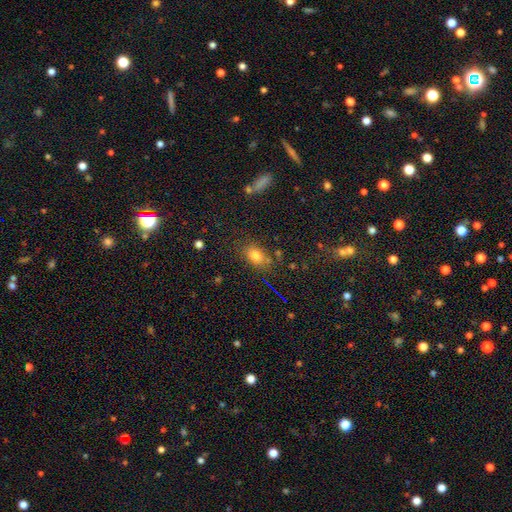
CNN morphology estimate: A smooth galaxy with no disk features (77%) that is in between round and cigar-shaped (78%).

Vote fractions:
- Smooth or featured? smooth: 77% / star or artifact: 14% / featured or disk: 9%
- How rounded? in between: 78% / round: 19% / cigar-shaped: 3%
- Merging? none: 74% / minor disturbance: 14% / merger: 6% / major disturbance: 5%